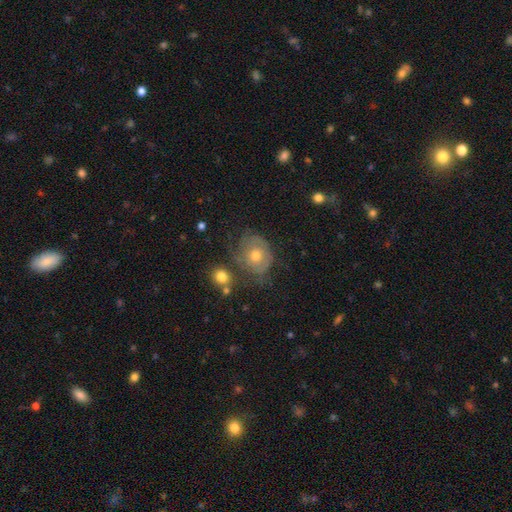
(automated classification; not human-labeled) Overall: featured or disk (57%; smooth 32%). Edge-on disk: no (96%). Bar: no (84%). Spiral arms: yes (69%; no 31%). Bulge size: moderate (67%). Merging: none (55%; minor disturbance 25%).